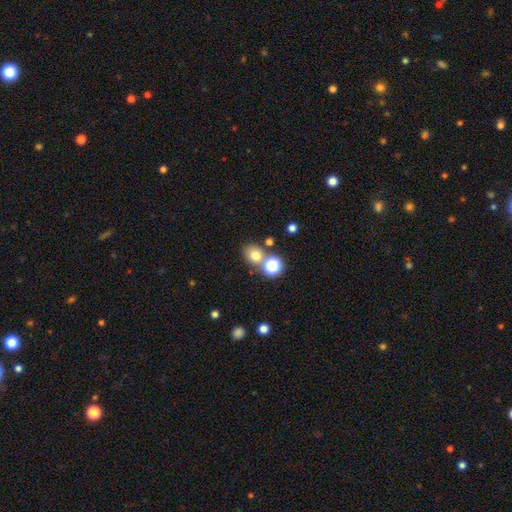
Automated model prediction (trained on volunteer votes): smooth_or_featured: smooth (p=0.74) [alt: star or artifact p=0.17]
how_rounded: round (p=0.69) [alt: in between p=0.30]
merging: none (p=0.63) [alt: merger p=0.24]